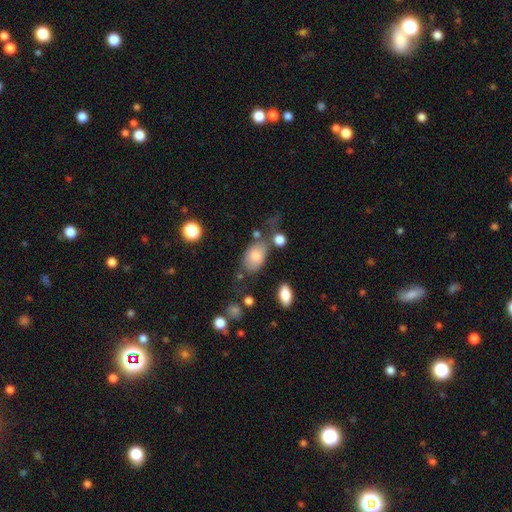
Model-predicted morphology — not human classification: This appears to be a smooth galaxy with no disk features (78%) that is in between round and cigar-shaped (89%). Merging: none (57%).